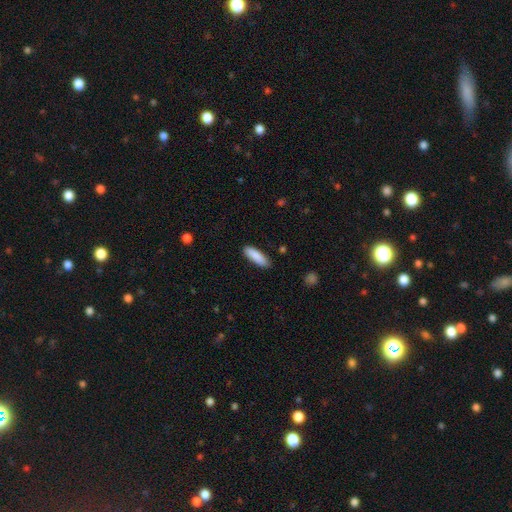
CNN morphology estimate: A smooth galaxy with no disk features (89%) that is cigar-shaped (51%). Merging: none (87%).